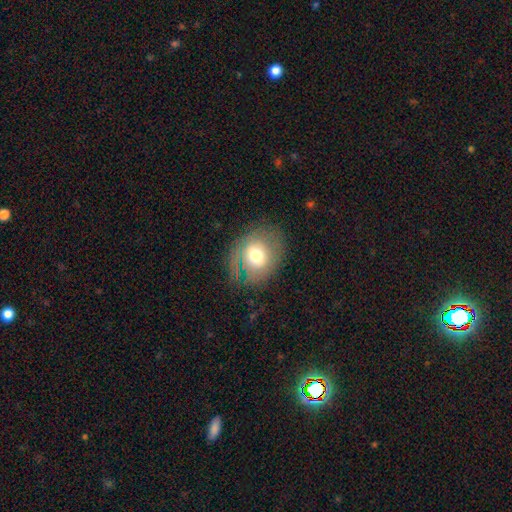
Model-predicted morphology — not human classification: A smooth galaxy with no disk features (63%) that is round (55%).

Vote fractions:
- Smooth or featured? smooth: 63% / featured or disk: 27% / star or artifact: 10%
- How rounded? round: 55% / in between: 44% / cigar-shaped: 1%
- Merging? none: 70% / minor disturbance: 19% / major disturbance: 10% / merger: 1%